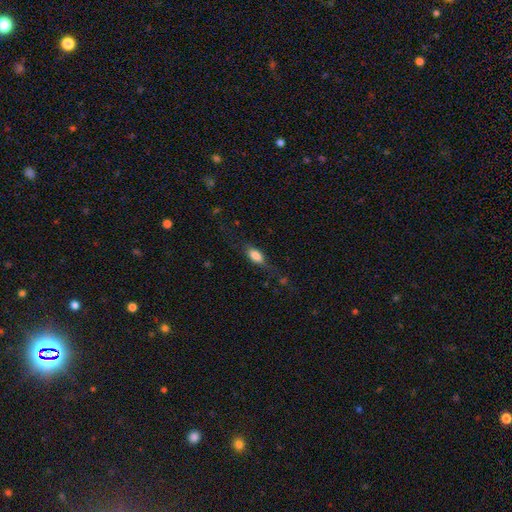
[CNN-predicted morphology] This is likely a smooth galaxy (76%). How rounded: likely in between (79%). Merging: likely none (63%).